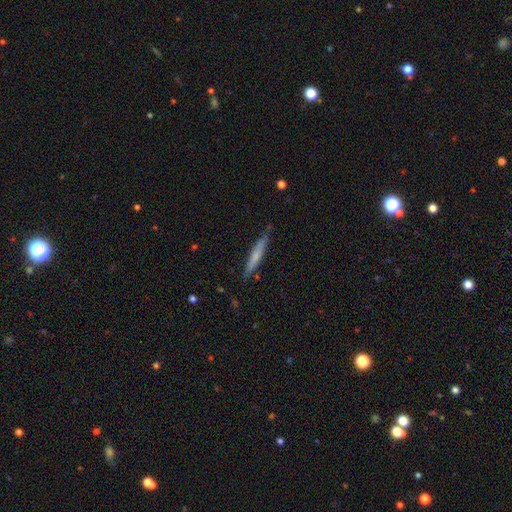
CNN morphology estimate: The model was most divided on "smooth or featured": smooth: 59%, featured or disk: 36%, star or artifact: 6%. More confident: how rounded — cigar-shaped (94%); merging — none (84%).